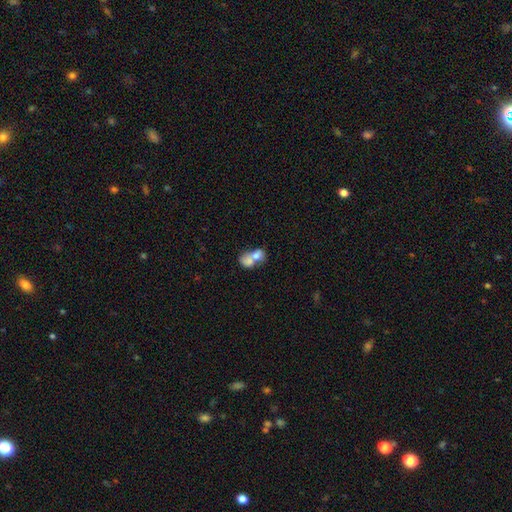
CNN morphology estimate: Q: Smooth or featured?
A: smooth (70%); runner-up: featured or disk (22%)
Q: How rounded?
A: in between (62%); runner-up: round (36%)
Q: Merging?
A: merger (78%); runner-up: none (13%)